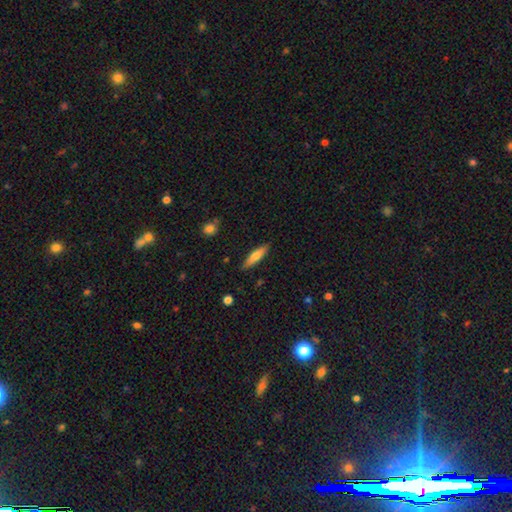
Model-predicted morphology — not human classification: Overall: smooth (67%). How rounded: cigar-shaped (76%). Merging: none (87%).